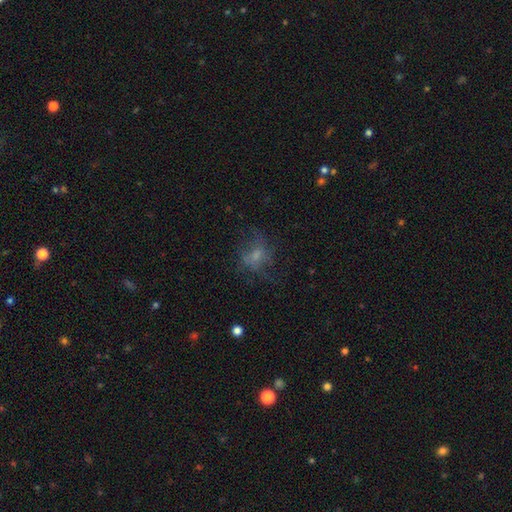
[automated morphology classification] A smooth galaxy with no disk features (42%). Merging: none (46%).